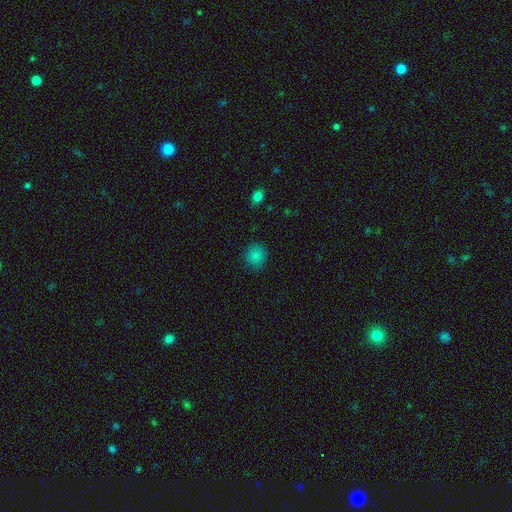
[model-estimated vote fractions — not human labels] smooth 84%, star or artifact 12%, featured or disk 5%. Down the decision tree: how rounded — round (84%); merging — none (86%).